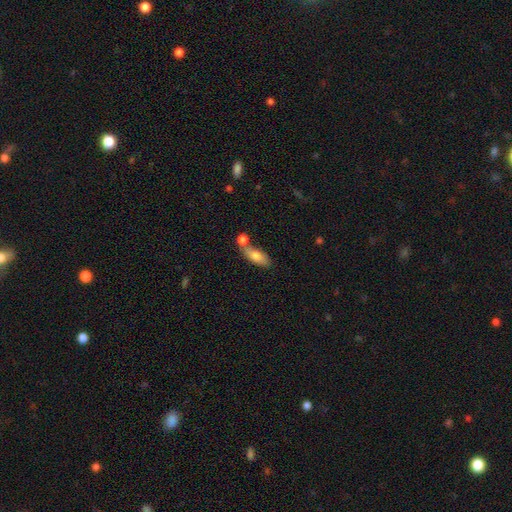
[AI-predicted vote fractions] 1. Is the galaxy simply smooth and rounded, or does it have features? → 74% smooth, 19% featured or disk, 7% star or artifact.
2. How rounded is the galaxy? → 72% in between, 25% cigar-shaped, 4% round.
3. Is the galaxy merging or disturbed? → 57% none, 26% merger, 14% minor disturbance, 4% major disturbance.